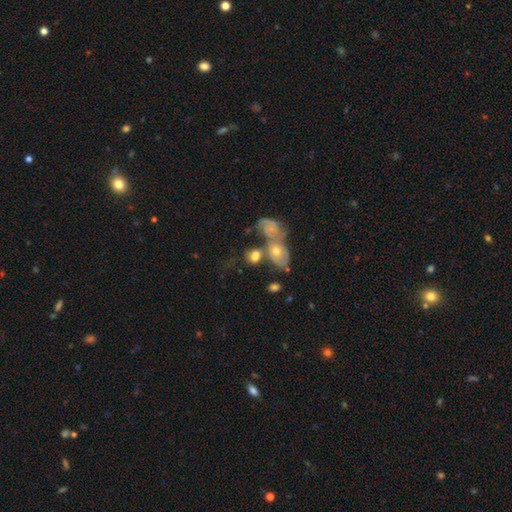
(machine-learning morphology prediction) Q: Smooth or featured?
A: smooth (59%); runner-up: featured or disk (29%)
Q: How rounded?
A: in between (62%); runner-up: round (36%)
Q: Merging?
A: merger (51%); runner-up: none (25%)